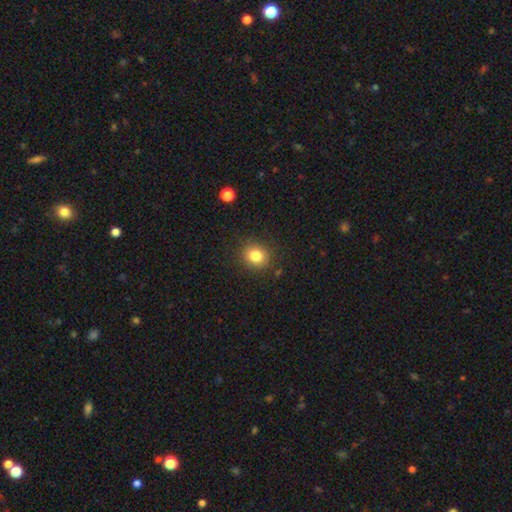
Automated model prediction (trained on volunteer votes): A smooth galaxy with no disk features (82%) that is round (74%). Merging: none (87%).